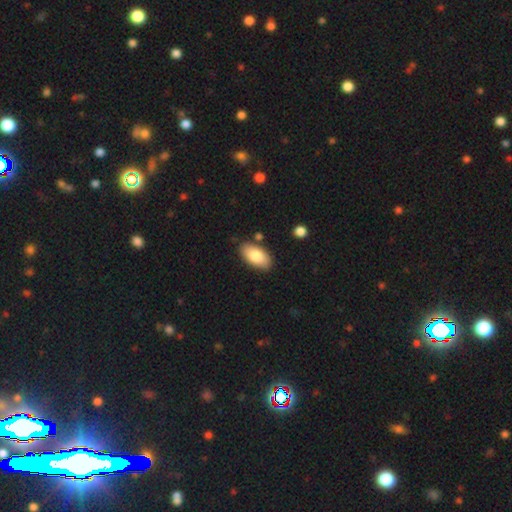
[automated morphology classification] type=smooth (80%); roundness=in between (94%); merging=none (84%).